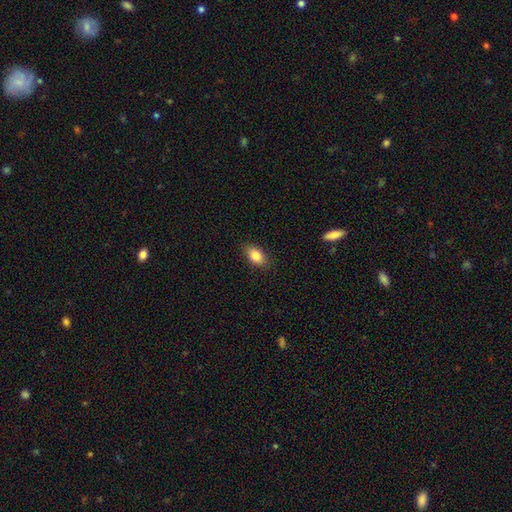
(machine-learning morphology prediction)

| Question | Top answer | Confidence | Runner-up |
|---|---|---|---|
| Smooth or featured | smooth | 84% | featured or disk (9%) |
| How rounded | in between | 88% | round (9%) |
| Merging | none | 87% | minor disturbance (10%) |